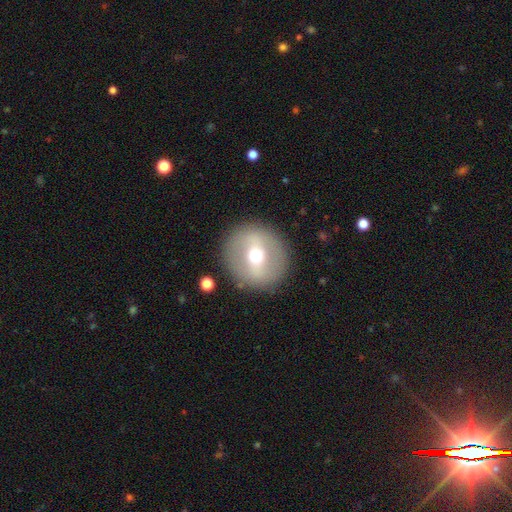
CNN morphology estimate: The model was most divided on "smooth or featured": featured or disk: 47%, smooth: 44%, star or artifact: 9%. More confident: merging — none (87%).